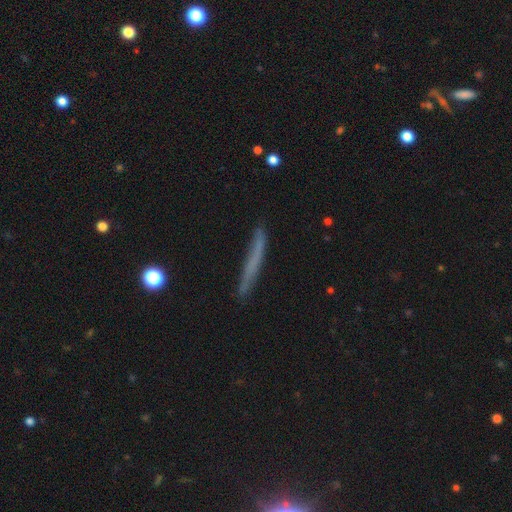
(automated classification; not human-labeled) This is possibly a smooth galaxy (58%). How rounded: clearly cigar-shaped (96%). Merging: clearly none (82%).